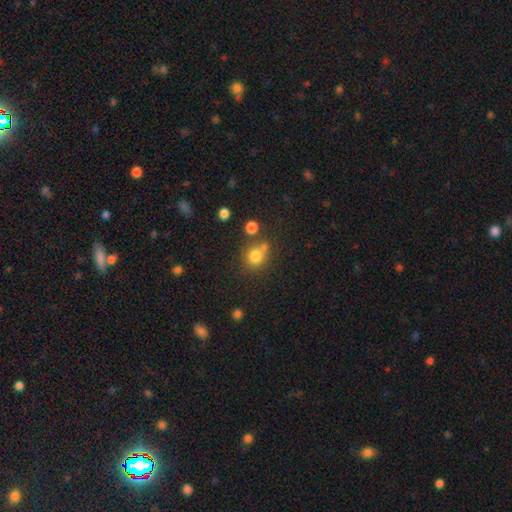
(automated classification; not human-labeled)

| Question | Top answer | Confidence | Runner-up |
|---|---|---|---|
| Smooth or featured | smooth | 78% | star or artifact (14%) |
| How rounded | round | 86% | in between (13%) |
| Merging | none | 62% | merger (24%) |